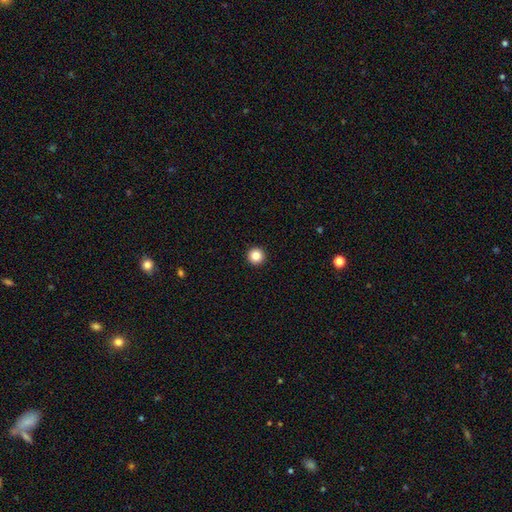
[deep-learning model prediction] The model was most divided on "smooth or featured": smooth: 84%, star or artifact: 11%, featured or disk: 5%. More confident: how rounded — round (97%); merging — none (95%).